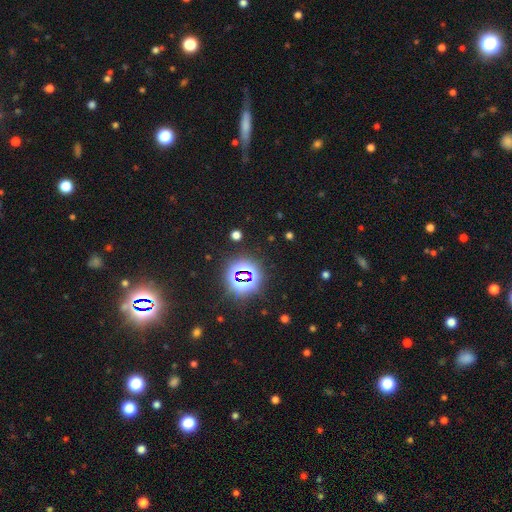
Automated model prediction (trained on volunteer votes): star or artifact 77%, smooth 14%, featured or disk 9%.